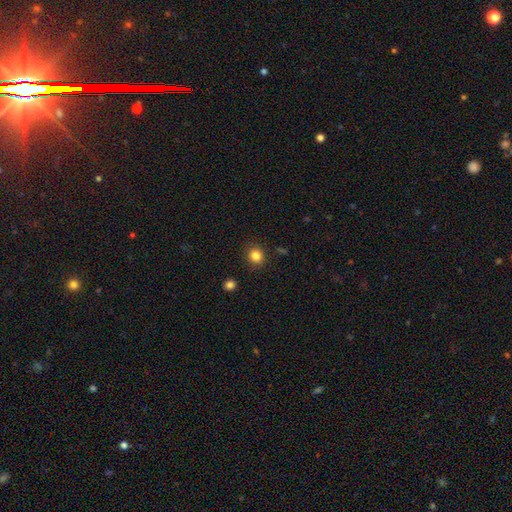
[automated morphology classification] A smooth galaxy with no disk features (84%) that is round (83%). Merging: none (89%).